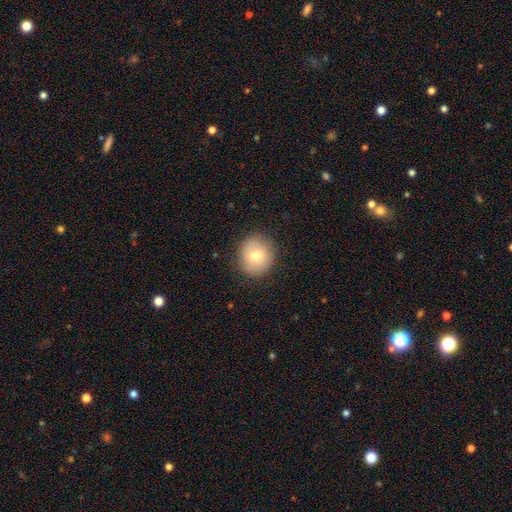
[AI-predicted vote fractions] This appears to be a smooth galaxy with no disk features (73%) that is round (81%). Merging: none (86%).